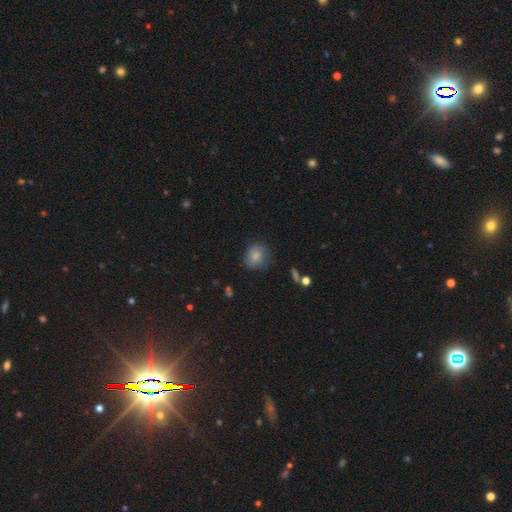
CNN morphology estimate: Q: Smooth or featured?
A: smooth (79%); runner-up: featured or disk (13%)
Q: How rounded?
A: round (73%); runner-up: in between (26%)
Q: Merging?
A: none (75%); runner-up: minor disturbance (18%)